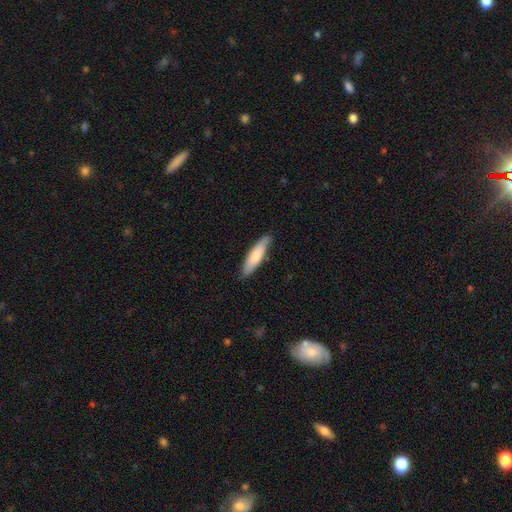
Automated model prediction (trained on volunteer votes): A smooth galaxy with no disk features (75%) that is cigar-shaped (71%).

Vote fractions:
- Smooth or featured? smooth: 75% / featured or disk: 20% / star or artifact: 5%
- How rounded? cigar-shaped: 71% / in between: 28% / round: 1%
- Merging? none: 82% / minor disturbance: 14% / major disturbance: 2% / merger: 1%